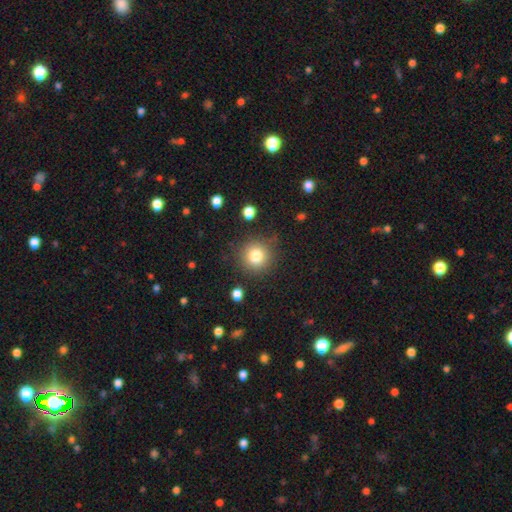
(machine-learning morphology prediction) This appears to be a smooth galaxy with no disk features (80%) that is round (93%). Merging: none (85%).